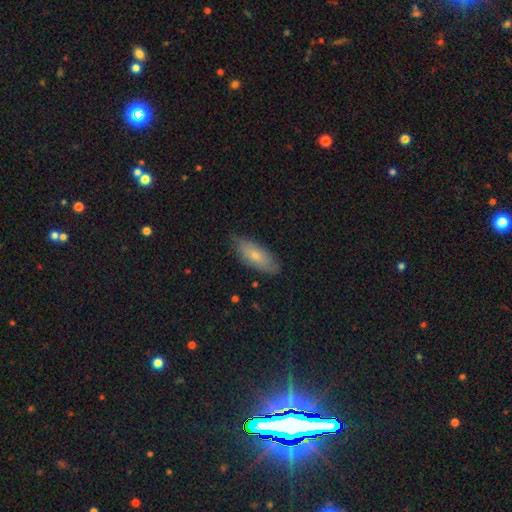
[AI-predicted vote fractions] Smooth or featured: smooth — 71% (featured or disk — 23%)
How rounded: in between — 81% (cigar-shaped — 17%)
Merging: none — 76% (minor disturbance — 19%)